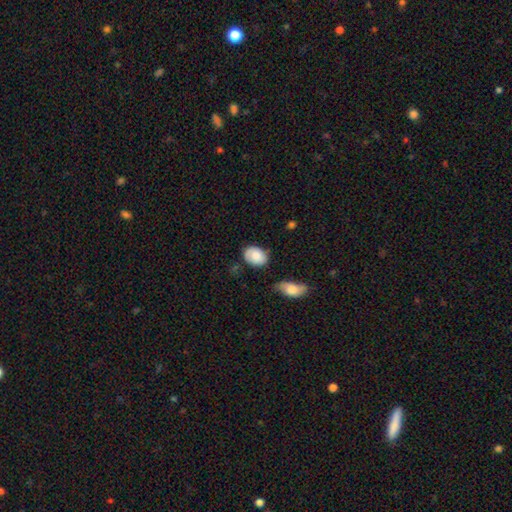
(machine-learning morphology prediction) Overall: smooth (82%). How rounded: in between (81%). Merging: none (67%).